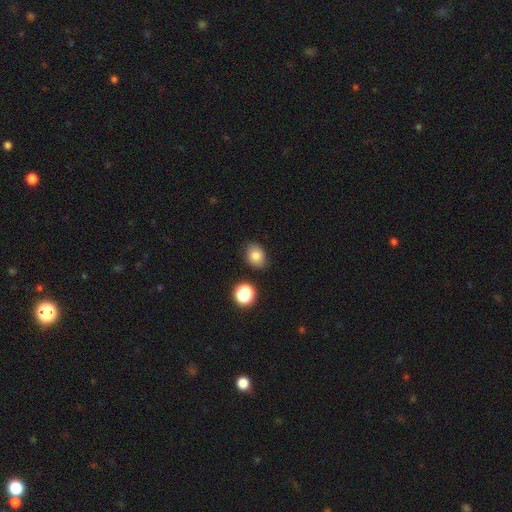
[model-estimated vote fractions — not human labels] Morphology: type=smooth (82%); roundness=in between (60%); merging=none (82%).